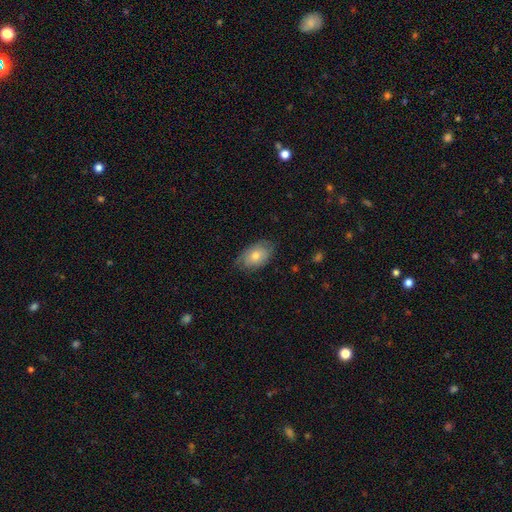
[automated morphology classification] A smooth galaxy with no disk features (60%) that is in between round and cigar-shaped (90%). Merging: none (75%).